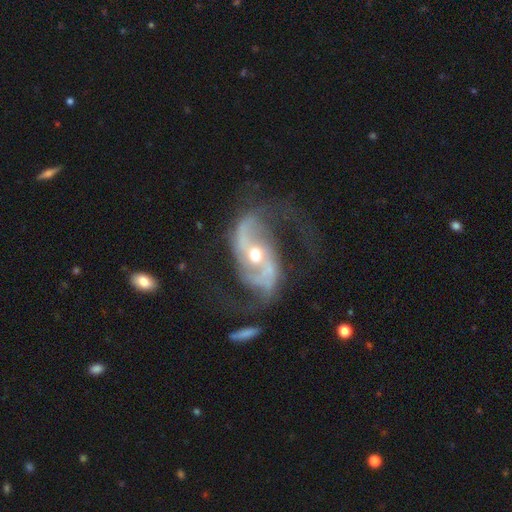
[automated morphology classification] smooth-or-featured: featured or disk: 90% | star or artifact: 5% | smooth: 5%
  disk-edge-on: no: 96% | yes: 4%
    bar: no: 36% | weak: 32% | strong: 32%
    has-spiral-arms: yes: 96% | no: 4%
      spiral-winding: loose: 52% | medium: 38% | tight: 10%
      spiral-arm-count: 2: 91% | can't tell: 3% | 1: 2% | 3: 2% | 4: 1% | more than 4: 1%
    bulge-size: moderate: 64% | small: 30% | large: 4% | dominant: 1% | none: 1%
  merging: none: 58% | major disturbance: 19% | minor disturbance: 18% | merger: 4%